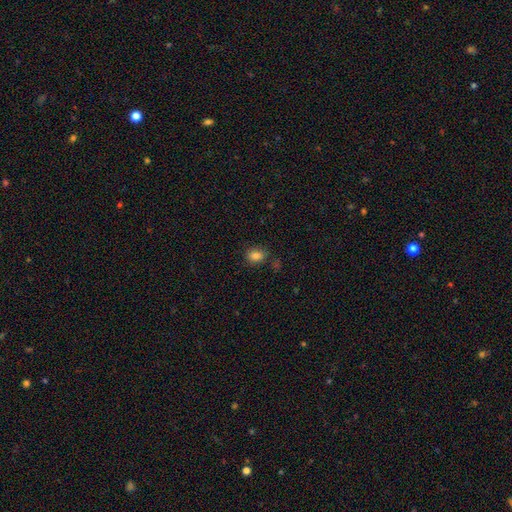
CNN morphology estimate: Smooth or featured? smooth (83%)
How rounded? in between (61%)
Merging? none (78%)